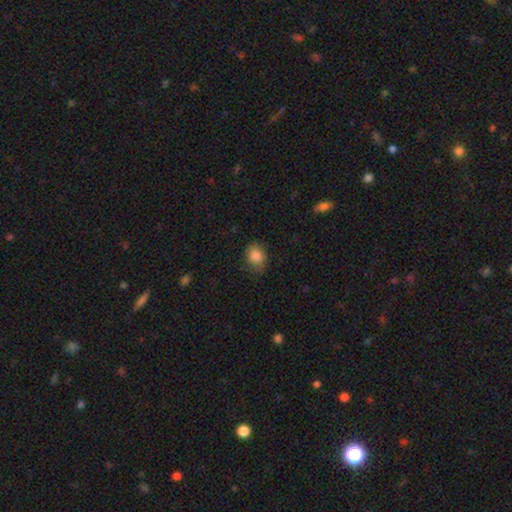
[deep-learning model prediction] smooth-or-featured: smooth: 86% | star or artifact: 9% | featured or disk: 5%
  how-rounded: in between: 55% | round: 44% | cigar-shaped: 1%
  merging: none: 77% | minor disturbance: 18% | major disturbance: 4% | merger: 1%